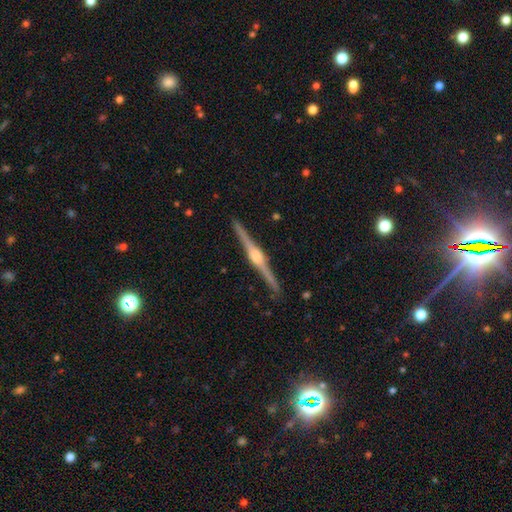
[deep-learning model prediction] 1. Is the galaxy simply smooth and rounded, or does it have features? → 89% featured or disk, 6% smooth, 5% star or artifact.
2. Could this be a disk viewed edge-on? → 99% yes, 1% no.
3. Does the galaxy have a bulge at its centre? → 88% rounded, 9% boxy, 3% none.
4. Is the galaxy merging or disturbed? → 92% none, 6% minor disturbance, 1% major disturbance, 1% merger.